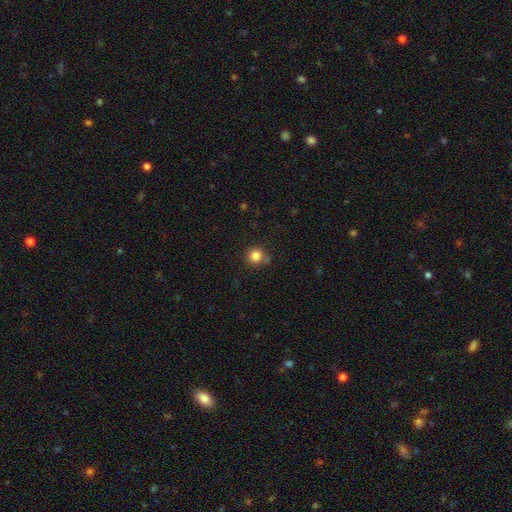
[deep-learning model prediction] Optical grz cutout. It shows a smooth galaxy with no disk features (83%) that is round (93%). Merging: none (80%).